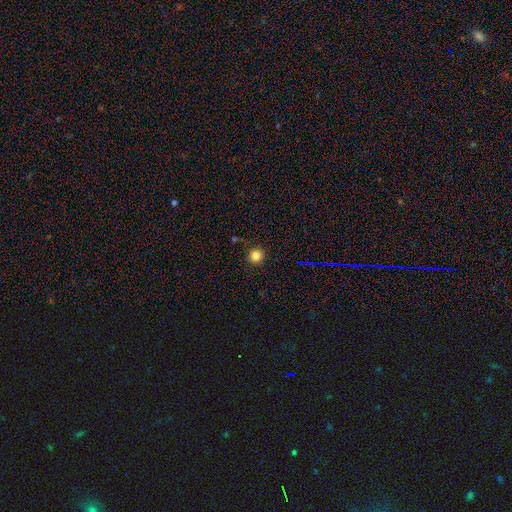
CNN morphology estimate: Smooth or featured?
  - smooth: 82% *
  - star or artifact: 13%
  - featured or disk: 5%
How rounded?
  - round: 94% *
  - in between: 5%
  - cigar-shaped: 1%
Merging?
  - none: 88% *
  - minor disturbance: 8%
  - major disturbance: 2%
  - merger: 2%